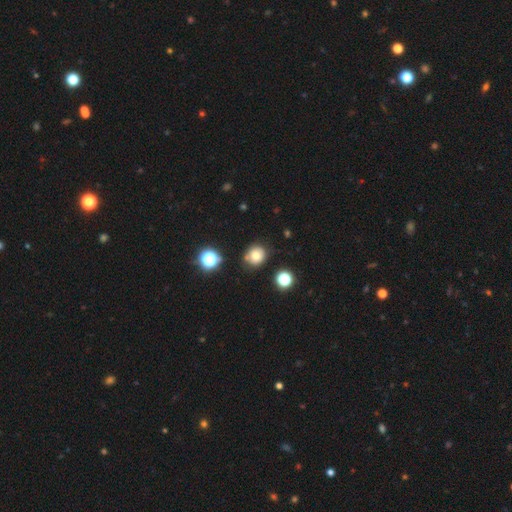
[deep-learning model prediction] This appears to be a smooth galaxy with no disk features (72%) that is round (83%). Merging: none (76%).